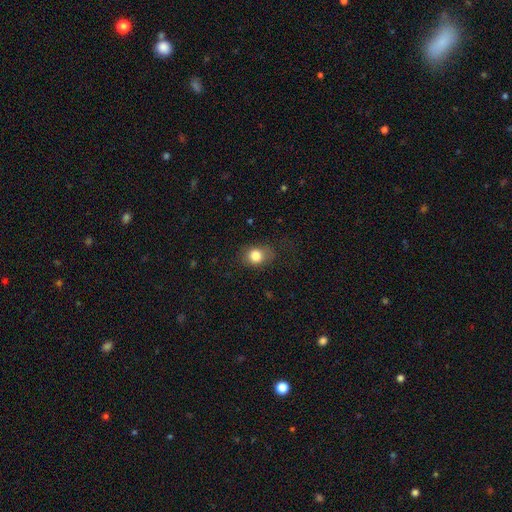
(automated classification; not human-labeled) Smooth or featured: smooth — 82% (star or artifact — 10%)
How rounded: round — 53% (in between — 46%)
Merging: none — 71% (minor disturbance — 20%)